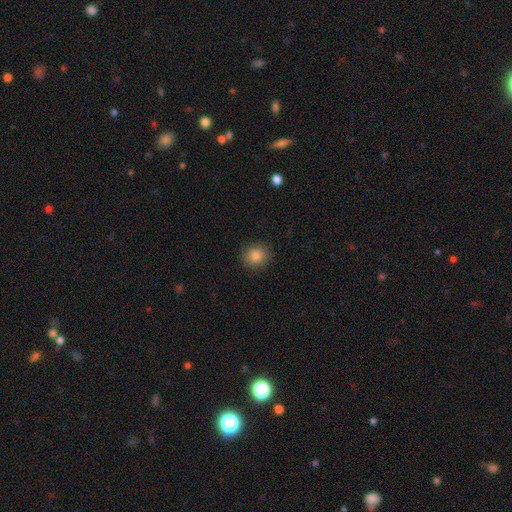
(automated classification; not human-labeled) This is clearly a smooth galaxy (83%). How rounded: clearly round (80%). Merging: clearly none (90%).